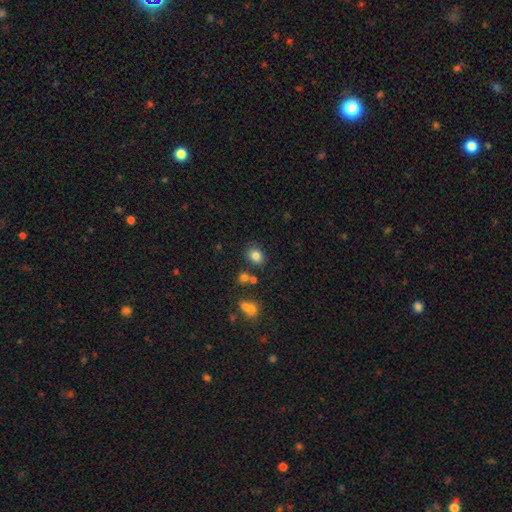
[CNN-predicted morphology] A smooth galaxy with no disk features (81%) that is round (57%).

Vote fractions:
- Smooth or featured? smooth: 81% / star or artifact: 12% / featured or disk: 7%
- How rounded? round: 57% / in between: 42% / cigar-shaped: 1%
- Merging? none: 78% / minor disturbance: 12% / merger: 7% / major disturbance: 3%